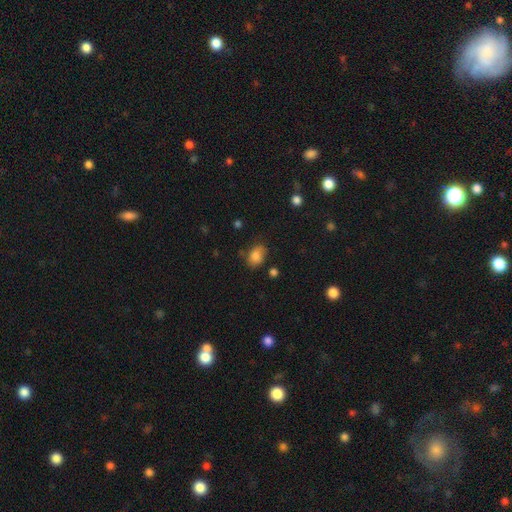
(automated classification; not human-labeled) Smooth or featured? Predicted: smooth (p=0.82). How rounded? Predicted: in between (p=0.69). Merging? Predicted: none (p=0.63).